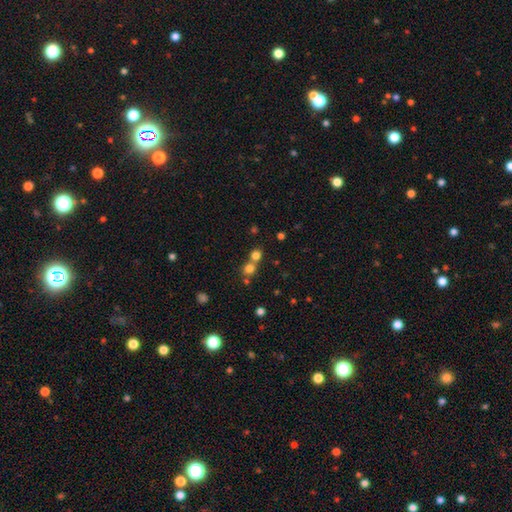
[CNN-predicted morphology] A smooth galaxy with no disk features (74%) that is round (86%). Merging: none (48%).